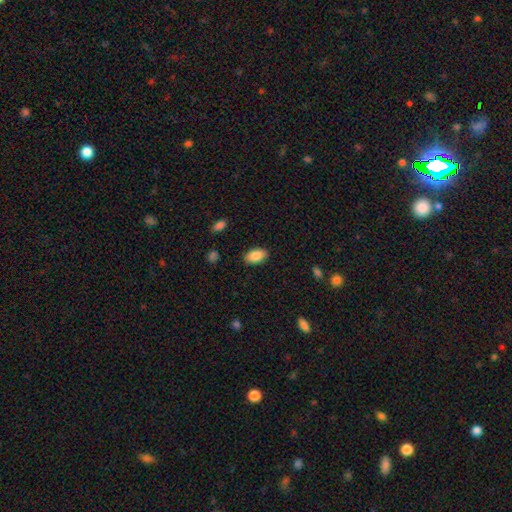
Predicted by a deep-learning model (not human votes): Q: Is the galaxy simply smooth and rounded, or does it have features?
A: smooth — 87%.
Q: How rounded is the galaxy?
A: in between — 94%.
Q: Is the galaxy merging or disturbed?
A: none — 87%.